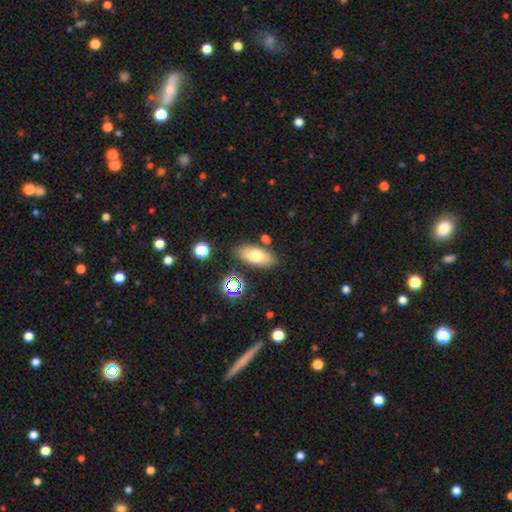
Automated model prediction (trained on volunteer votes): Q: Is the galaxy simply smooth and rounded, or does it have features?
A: smooth — 73%.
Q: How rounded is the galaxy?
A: in between — 85%.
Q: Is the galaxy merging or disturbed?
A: none — 80%.